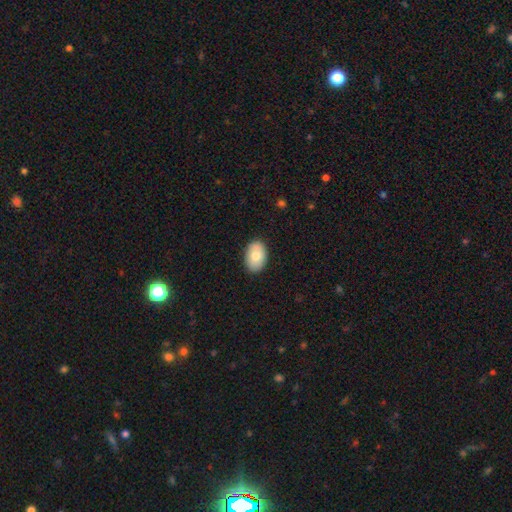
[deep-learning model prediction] smooth 78%, featured or disk 16%, star or artifact 6%. Down the decision tree: how rounded — in between (88%); merging — none (88%).